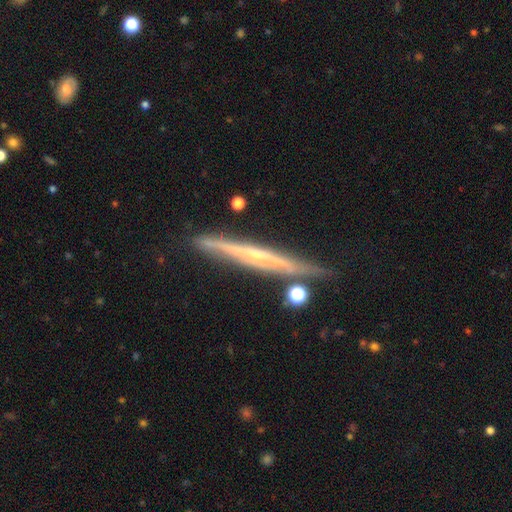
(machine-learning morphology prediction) This is likely a featured or disk galaxy (77%). It is clearly viewed edge-on (96%). Edge-on bulge: possibly rounded (53%). Merging: clearly none (81%).